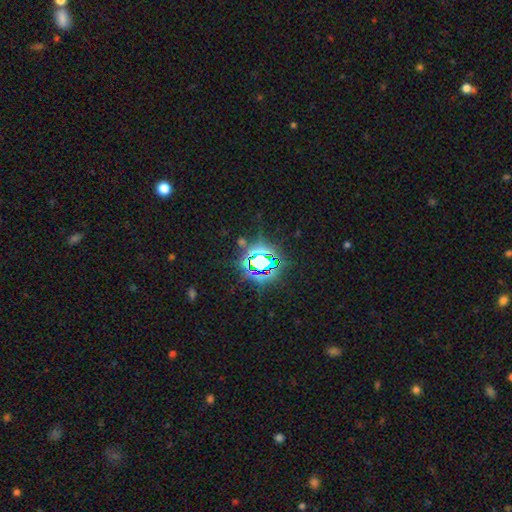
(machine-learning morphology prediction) Smooth or featured? star or artifact (79%)